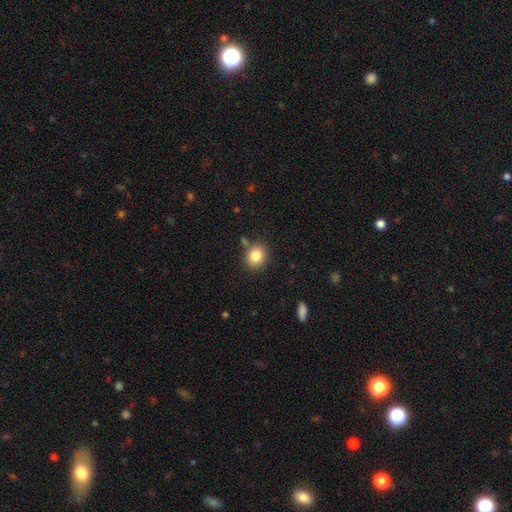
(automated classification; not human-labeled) A smooth galaxy with no disk features (84%) that is round (62%). Merging: none (82%).